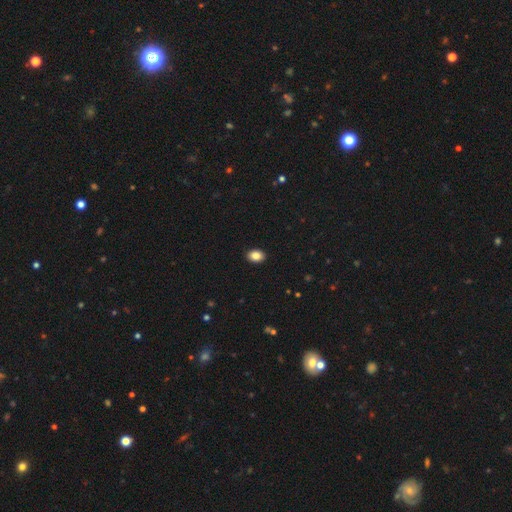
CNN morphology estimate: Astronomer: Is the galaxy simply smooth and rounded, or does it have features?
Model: smooth — 87%.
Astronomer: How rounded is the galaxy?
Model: in between — 72%.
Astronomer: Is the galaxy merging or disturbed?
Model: none — 92%.